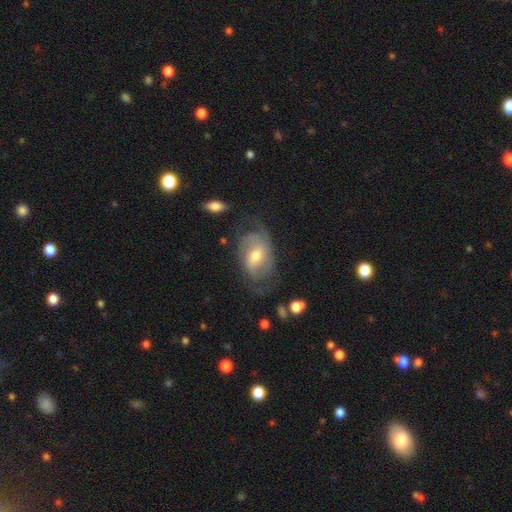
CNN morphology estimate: A featured or disk galaxy (71%) with a weak bar (46%), 2 (52%) medium (41%) spiral arms (87%) and a moderate central bulge (63%). Merging: none (55%).